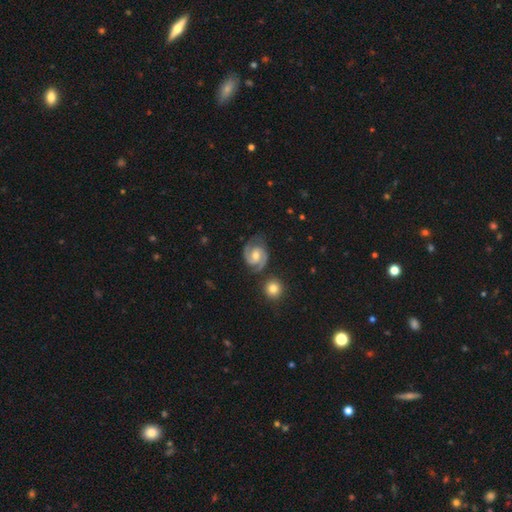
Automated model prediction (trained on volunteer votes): A featured or disk galaxy (86%) with no bar (51%), 2 (89%) medium (48%) spiral arms (97%) and a moderate central bulge (68%). Merging: none (73%).